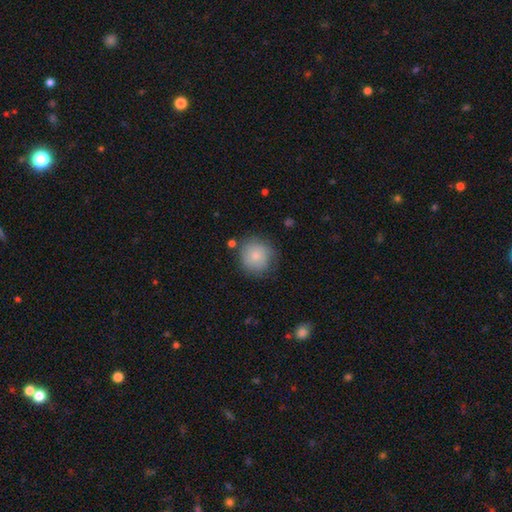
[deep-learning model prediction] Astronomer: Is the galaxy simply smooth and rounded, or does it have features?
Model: smooth — 80%.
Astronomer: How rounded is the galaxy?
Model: round — 90%.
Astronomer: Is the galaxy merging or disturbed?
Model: none — 75%.